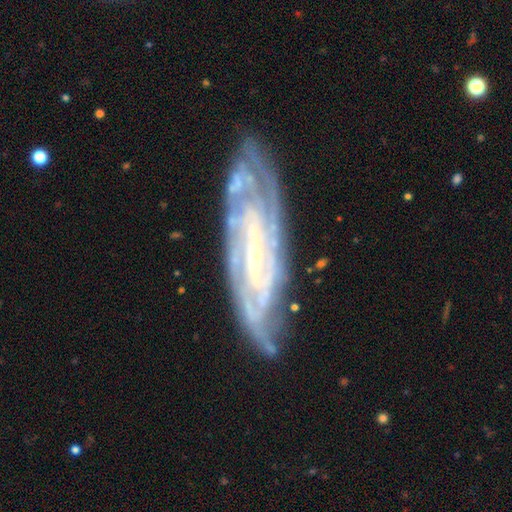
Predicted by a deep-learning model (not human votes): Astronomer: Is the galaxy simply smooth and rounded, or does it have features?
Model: featured or disk — 89%.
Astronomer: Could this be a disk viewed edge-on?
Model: no — 86%.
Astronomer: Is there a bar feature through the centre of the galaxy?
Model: strong — 43% (runner-up: weak, 35%).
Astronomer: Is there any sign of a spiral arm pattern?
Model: yes — 97%.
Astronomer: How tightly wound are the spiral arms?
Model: tight — 70%.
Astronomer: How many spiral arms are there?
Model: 2 — 28% (runner-up: can't tell, 27%).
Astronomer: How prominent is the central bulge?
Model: small — 75%.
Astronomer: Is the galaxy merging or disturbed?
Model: none — 77%.